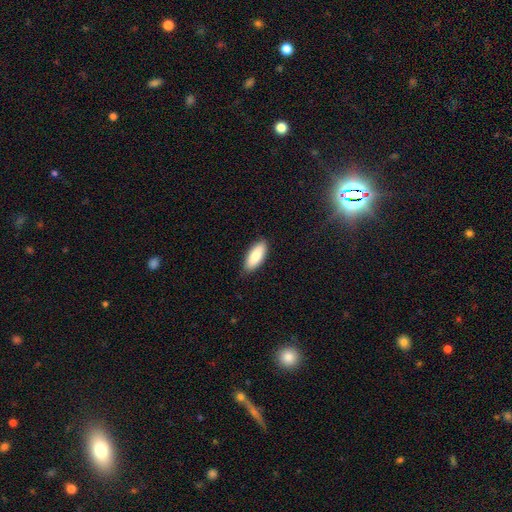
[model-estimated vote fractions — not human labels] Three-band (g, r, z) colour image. It shows a smooth galaxy with no disk features (85%) that is in between round and cigar-shaped (80%). Merging: none (85%).